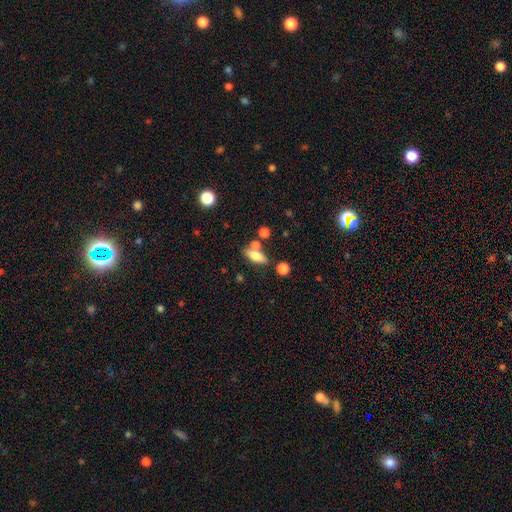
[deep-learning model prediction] This is likely a smooth galaxy (67%). How rounded: likely in between (65%). Merging: likely none (61%).